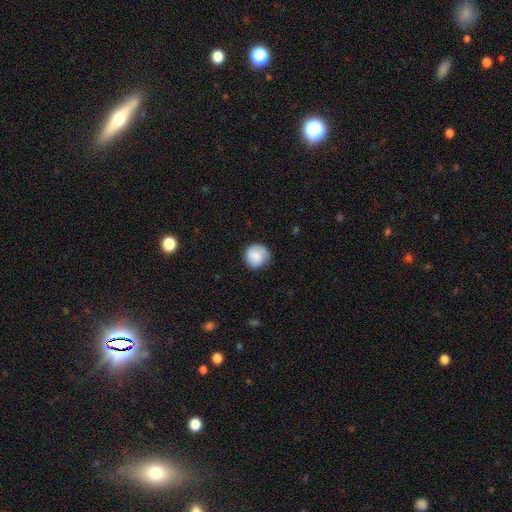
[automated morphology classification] A smooth galaxy with no disk features (80%) that is round (93%). Merging: none (78%).